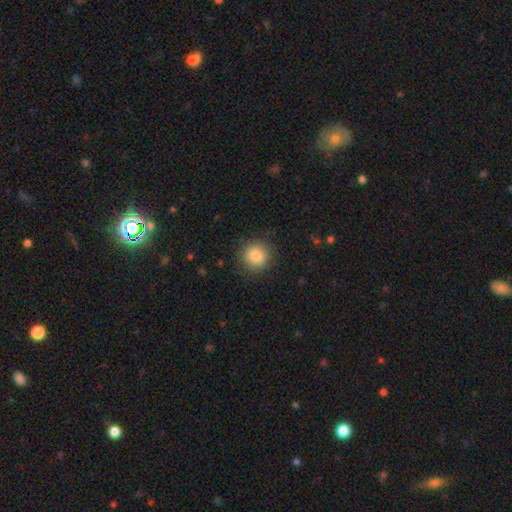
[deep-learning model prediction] A smooth galaxy with no disk features (87%) that is round (90%).

Vote fractions:
- Smooth or featured? smooth: 87% / star or artifact: 9% / featured or disk: 4%
- How rounded? round: 90% / in between: 9% / cigar-shaped: 1%
- Merging? none: 87% / minor disturbance: 9% / major disturbance: 3% / merger: 1%